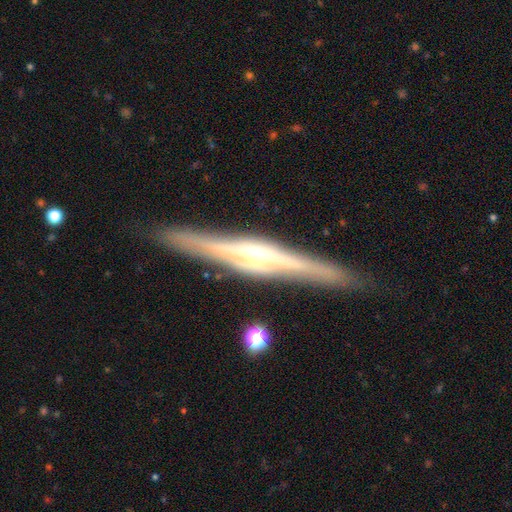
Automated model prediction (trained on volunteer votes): Overall: featured or disk (86%). Edge-on disk: yes (98%). Edge-on bulge: rounded (71%). Merging: none (90%).